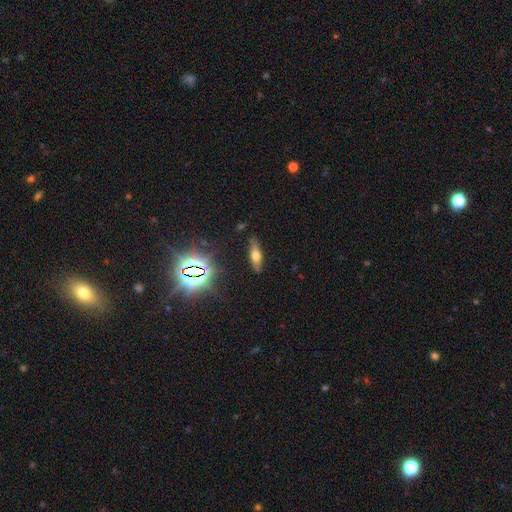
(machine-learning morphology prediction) smooth_or_featured: smooth (p=0.48) [alt: featured or disk p=0.36]
merging: none (p=0.85) [alt: minor disturbance p=0.10]